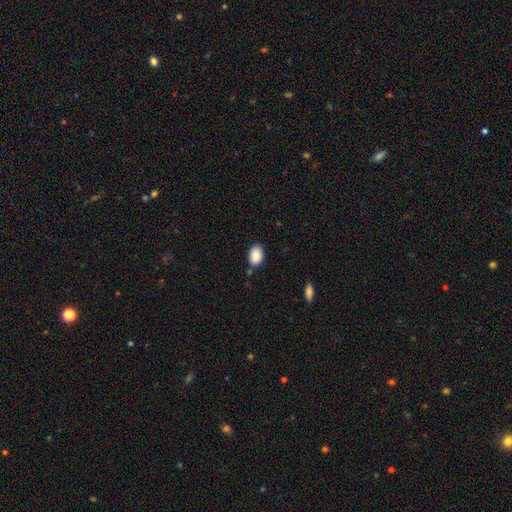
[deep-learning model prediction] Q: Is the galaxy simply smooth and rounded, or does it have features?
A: smooth — 89%.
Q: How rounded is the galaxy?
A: in between — 86%.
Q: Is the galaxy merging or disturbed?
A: none — 79%.